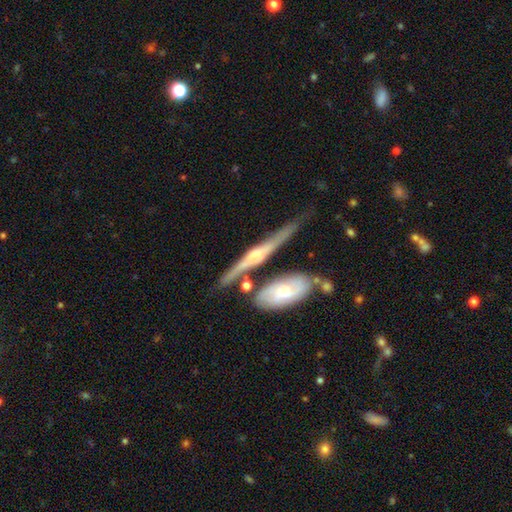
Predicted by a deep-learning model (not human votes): This appears to be a featured or disk galaxy (76%) viewed edge-on (94%) with a rounded central bulge (77%). Merging: none (65%).